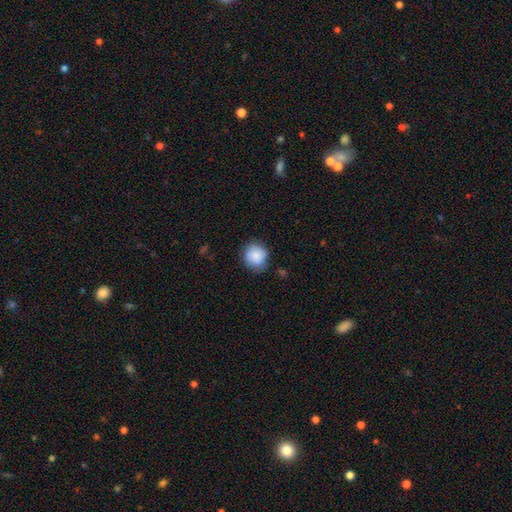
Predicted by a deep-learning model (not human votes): This appears to be a smooth galaxy with no disk features (85%) that is round (82%). Merging: none (76%).